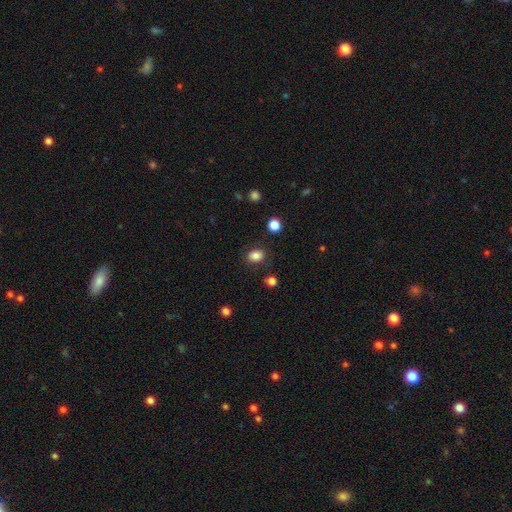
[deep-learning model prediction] The model was most divided on "how rounded": in between: 62%, round: 37%, cigar-shaped: 1%. More confident: smooth or featured — smooth (84%); merging — none (83%).